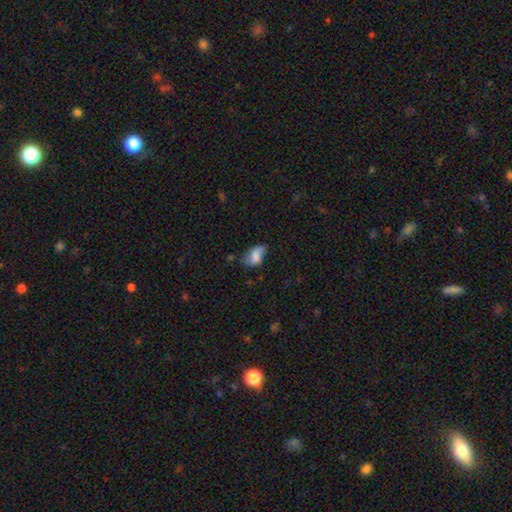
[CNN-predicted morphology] Smooth or featured: smooth — 70% (featured or disk — 21%)
How rounded: in between — 88% (round — 9%)
Merging: none — 41% (minor disturbance — 37%)